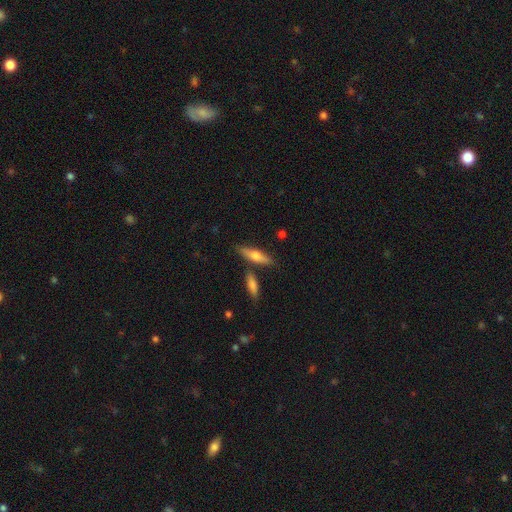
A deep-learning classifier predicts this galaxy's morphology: A smooth galaxy with no disk features (62%) that is cigar-shaped (61%).

Vote fractions:
- Smooth or featured? smooth: 62% / featured or disk: 32% / star or artifact: 6%
- How rounded? cigar-shaped: 61% / in between: 36% / round: 3%
- Merging? none: 74% / minor disturbance: 12% / merger: 11% / major disturbance: 3%